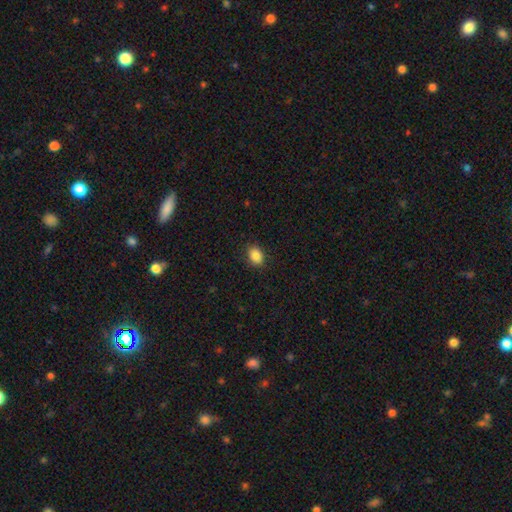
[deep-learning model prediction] Overall: smooth (87%). How rounded: in between (70%). Merging: none (87%).